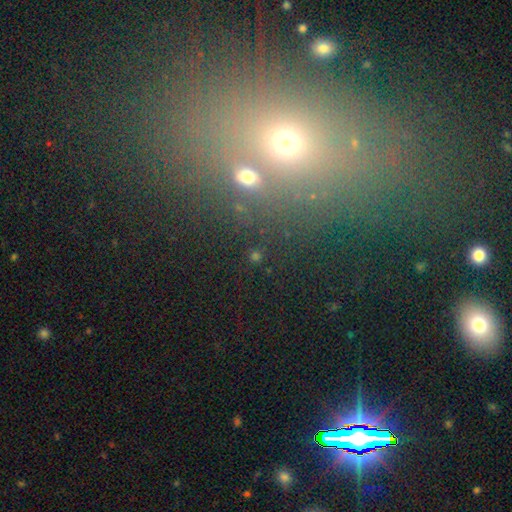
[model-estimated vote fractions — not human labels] Smooth or featured: smooth — 50% (star or artifact — 36%)
Merging: none — 80% (minor disturbance — 8%)